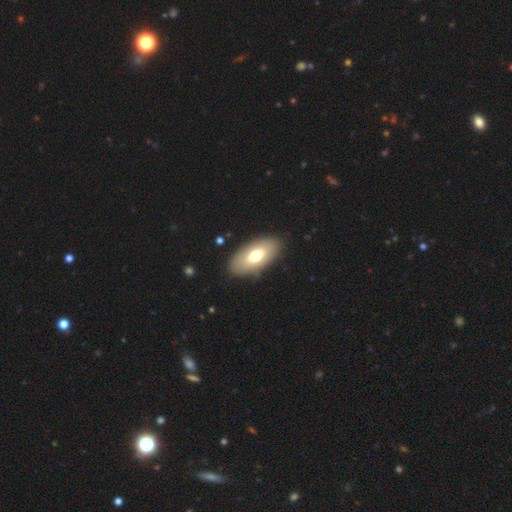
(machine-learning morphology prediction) Smooth or featured? smooth (68%)
How rounded? in between (93%)
Merging? none (87%)